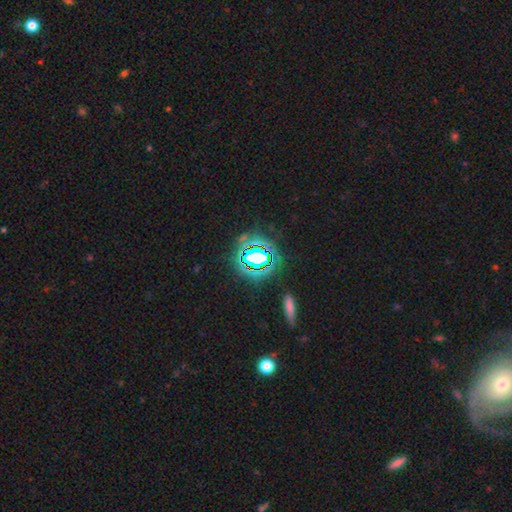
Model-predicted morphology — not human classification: The model was most divided on "smooth or featured": star or artifact: 73%, smooth: 16%, featured or disk: 11%.